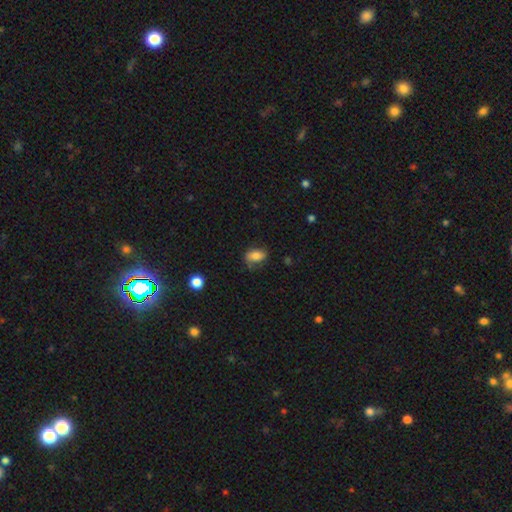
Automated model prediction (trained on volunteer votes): Smooth or featured? smooth (74%)
How rounded? in between (86%)
Merging? none (62%)